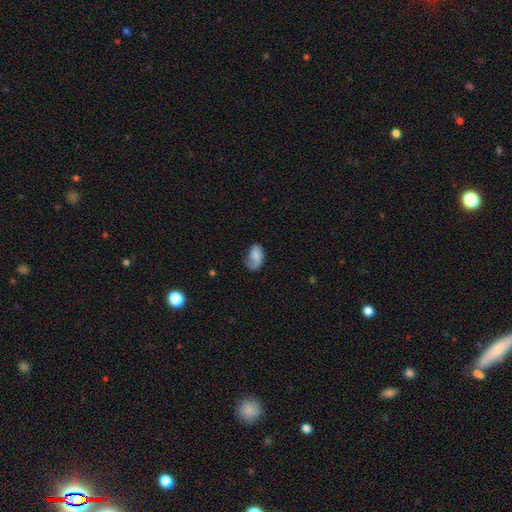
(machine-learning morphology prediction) Overall: smooth (58%; featured or disk 34%). How rounded: in between (88%). Merging: none (44%; minor disturbance 29%).